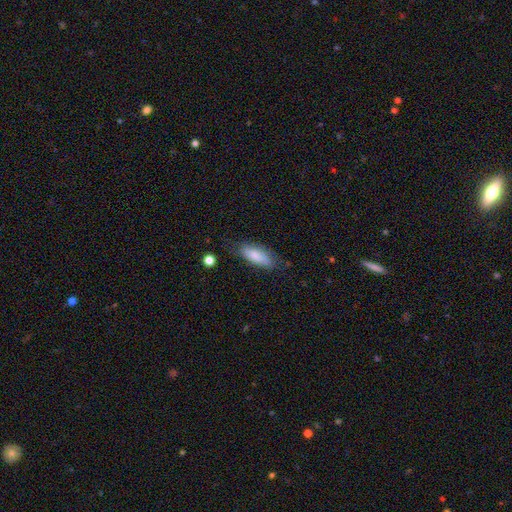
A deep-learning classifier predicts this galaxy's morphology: Smooth or featured? Predicted: smooth (p=0.81). How rounded? Predicted: in between (p=0.72). Merging? Predicted: none (p=0.69).